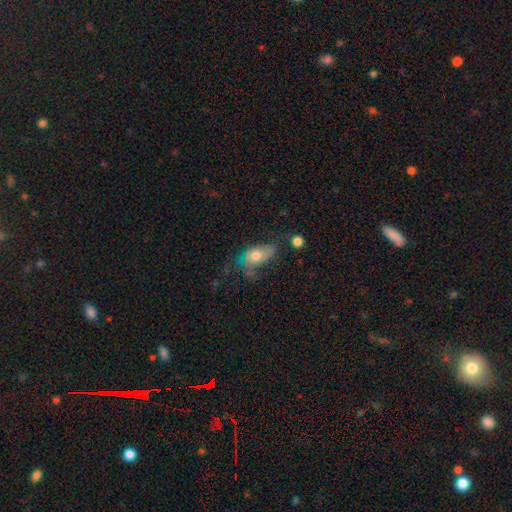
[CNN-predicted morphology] type=smooth (55%); roundness=in between (84%); merging=none (36%).